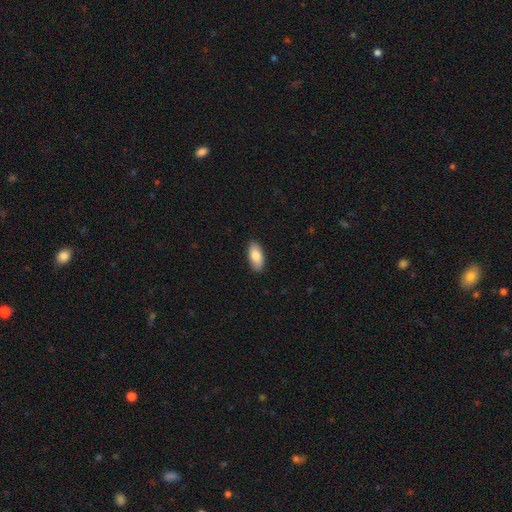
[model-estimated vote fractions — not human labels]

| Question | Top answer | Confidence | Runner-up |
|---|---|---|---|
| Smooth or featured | smooth | 83% | featured or disk (11%) |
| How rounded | in between | 90% | cigar-shaped (8%) |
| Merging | none | 89% | minor disturbance (9%) |